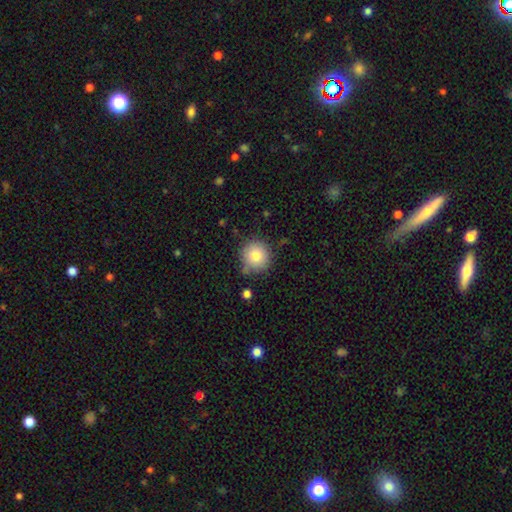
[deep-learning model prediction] This is likely a smooth galaxy (79%). How rounded: clearly round (94%). Merging: likely none (78%).